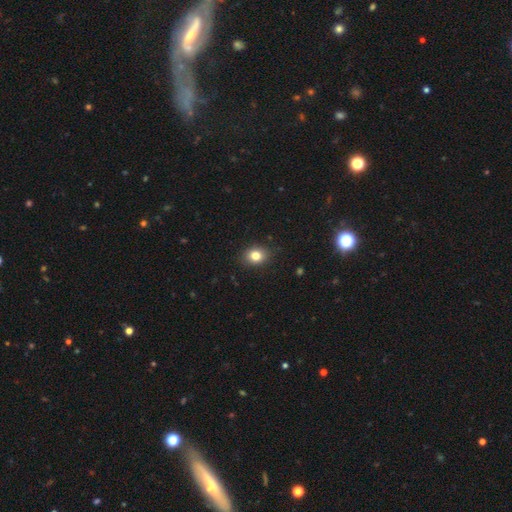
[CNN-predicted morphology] smooth 81%, star or artifact 11%, featured or disk 8%. Down the decision tree: how rounded — in between (50%); merging — none (87%).